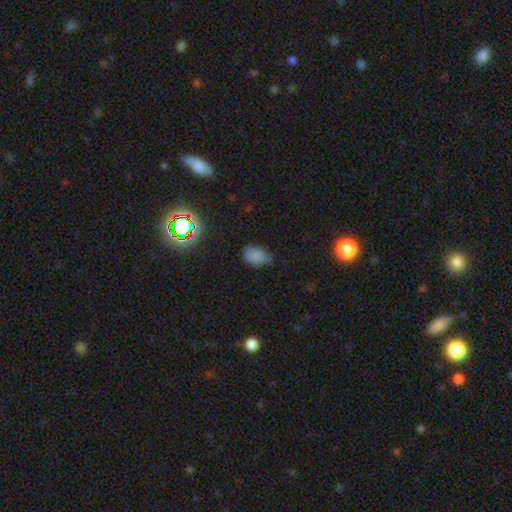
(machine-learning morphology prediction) A smooth galaxy with no disk features (78%) that is in between round and cigar-shaped (85%). Merging: none (60%).